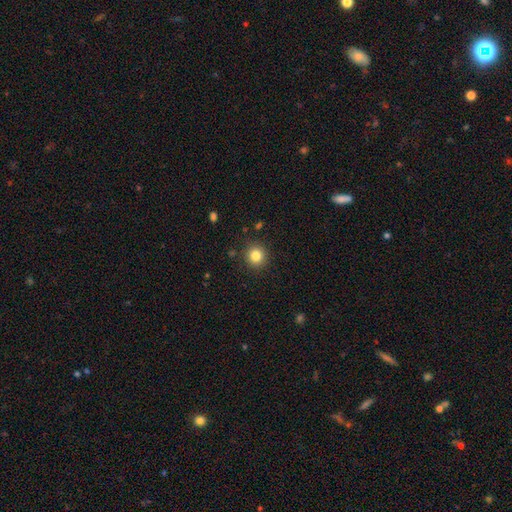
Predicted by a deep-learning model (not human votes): The model was most divided on "smooth or featured": smooth: 83%, star or artifact: 11%, featured or disk: 6%. More confident: how rounded — round (92%); merging — none (90%).